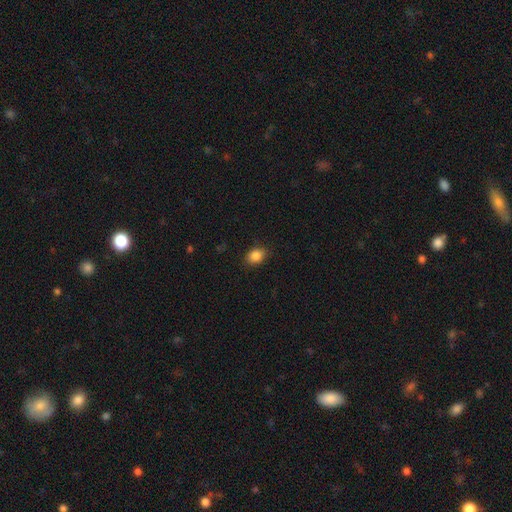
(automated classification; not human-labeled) smooth 86%, star or artifact 9%, featured or disk 5%. Down the decision tree: how rounded — in between (68%); merging — none (86%).